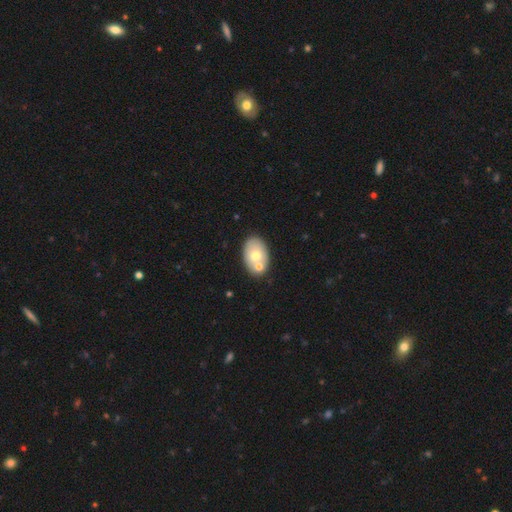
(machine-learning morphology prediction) type=smooth (65%); roundness=in between (87%); merging=none (59%).